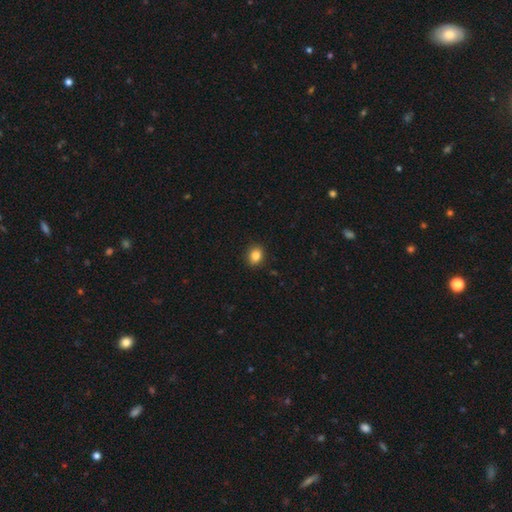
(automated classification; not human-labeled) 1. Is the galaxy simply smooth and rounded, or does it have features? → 84% smooth, 10% star or artifact, 5% featured or disk.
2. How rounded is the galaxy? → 55% round, 44% in between, 1% cigar-shaped.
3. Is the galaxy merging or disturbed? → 89% none, 8% minor disturbance, 2% major disturbance, 1% merger.